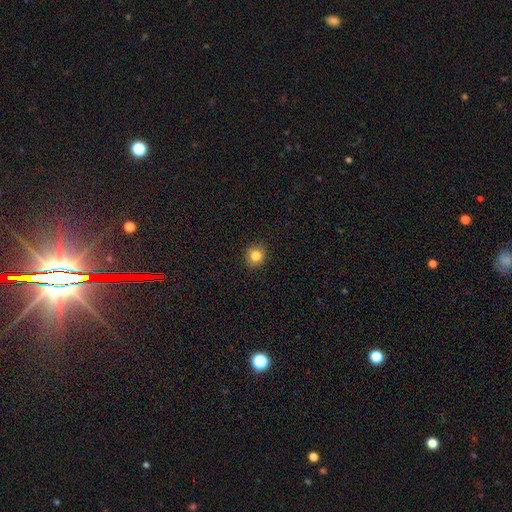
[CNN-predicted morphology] type=smooth (83%); roundness=round (84%); merging=none (90%).